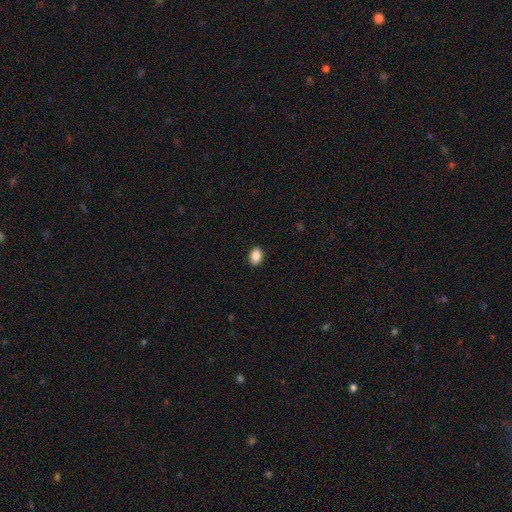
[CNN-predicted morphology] This is clearly a smooth galaxy (88%). How rounded: clearly in between (80%). Merging: clearly none (91%).